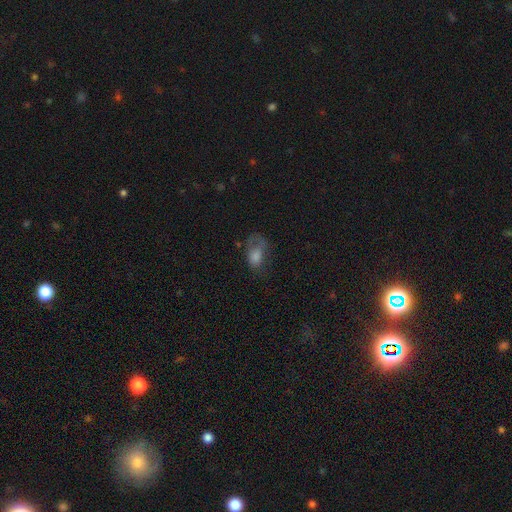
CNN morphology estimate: Smooth or featured: smooth — 55% (featured or disk — 29%)
How rounded: in between — 82% (round — 15%)
Merging: none — 36% (tied with major disturbance — 36%)